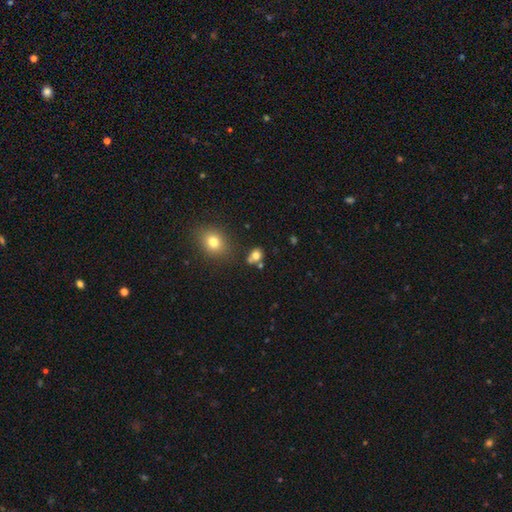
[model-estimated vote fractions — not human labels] This is likely a smooth galaxy (76%). How rounded: possibly in between (51%). Merging: possibly none (59%).